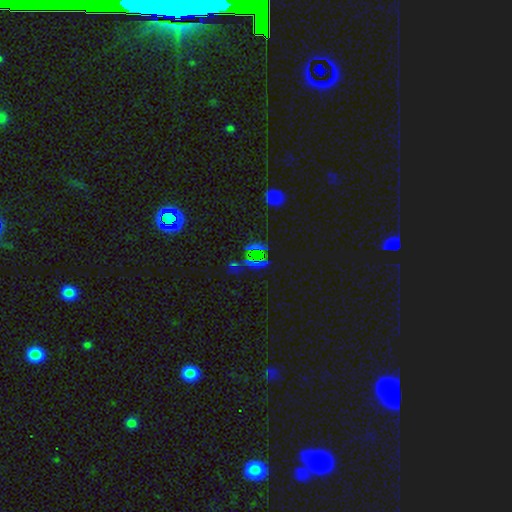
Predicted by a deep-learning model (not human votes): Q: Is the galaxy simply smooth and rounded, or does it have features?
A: star or artifact — 73%.